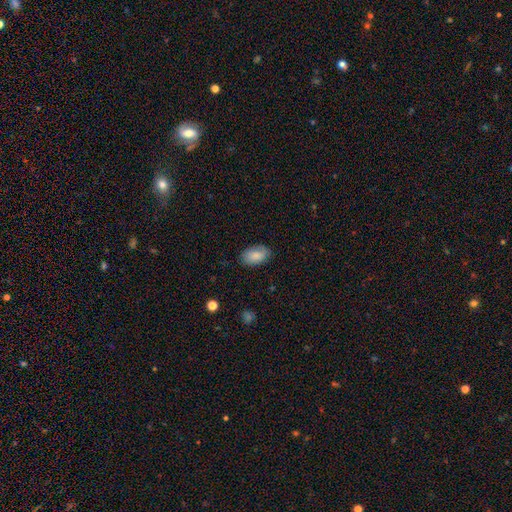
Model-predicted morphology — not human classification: Smooth or featured: smooth — 84% (featured or disk — 9%)
How rounded: in between — 93% (round — 5%)
Merging: none — 81% (minor disturbance — 15%)